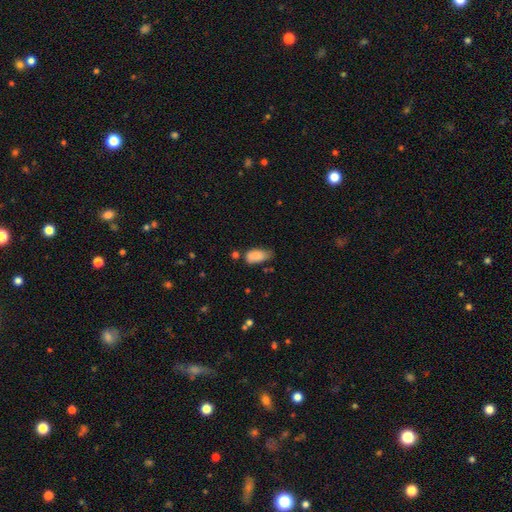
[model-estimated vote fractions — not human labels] Morphology: type=smooth (85%); roundness=in between (91%); merging=minor disturbance (42%).